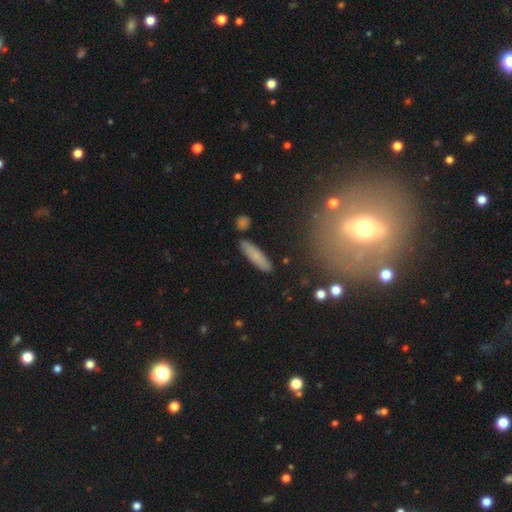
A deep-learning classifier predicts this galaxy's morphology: Q: Smooth or featured?
A: smooth (76%); runner-up: featured or disk (17%)
Q: How rounded?
A: cigar-shaped (73%); runner-up: in between (25%)
Q: Merging?
A: none (86%); runner-up: minor disturbance (9%)